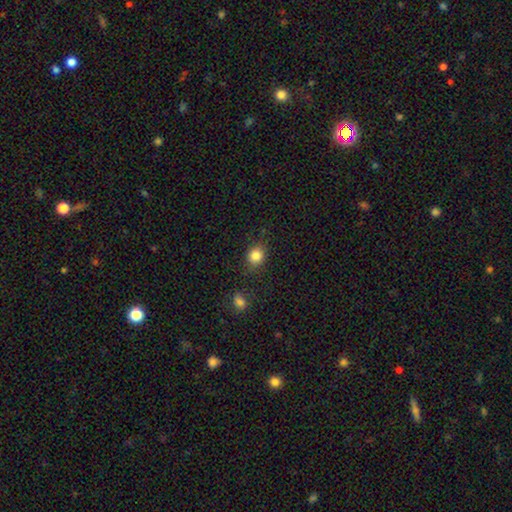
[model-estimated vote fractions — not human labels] Overall: smooth (84%). How rounded: round (71%). Merging: none (81%).